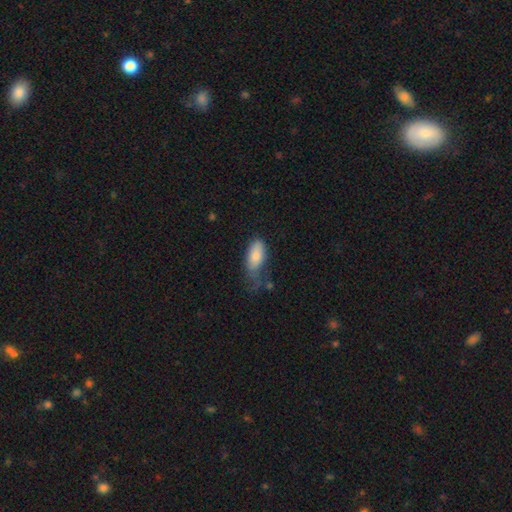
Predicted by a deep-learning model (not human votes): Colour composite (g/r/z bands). It shows a smooth galaxy with no disk features (76%) that is in between round and cigar-shaped (84%). Merging: none (38%).